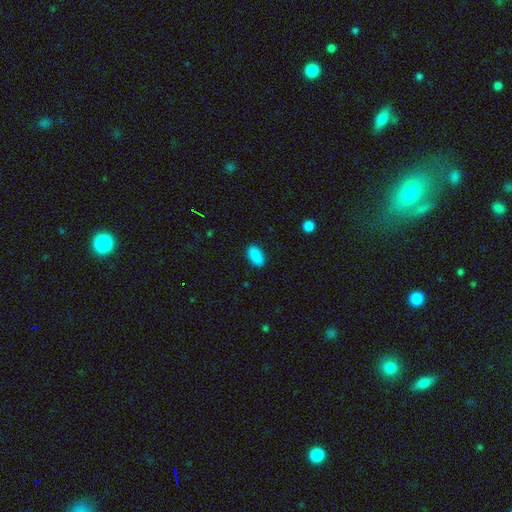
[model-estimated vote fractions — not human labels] Smooth or featured: smooth — 90% (star or artifact — 7%)
How rounded: in between — 92% (cigar-shaped — 5%)
Merging: none — 89% (minor disturbance — 8%)